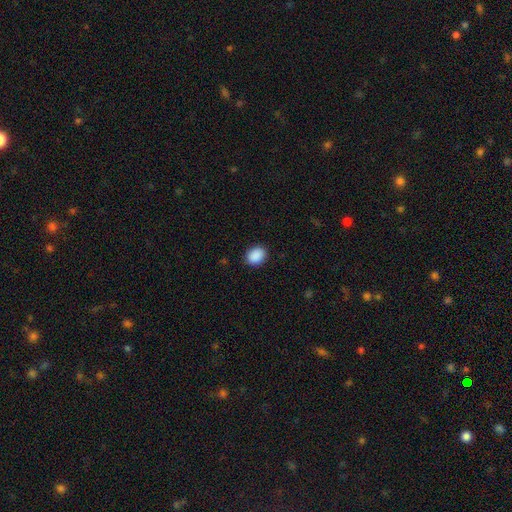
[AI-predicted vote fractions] smooth 90%, star or artifact 7%, featured or disk 2%. Down the decision tree: how rounded — in between (60%); merging — none (89%).